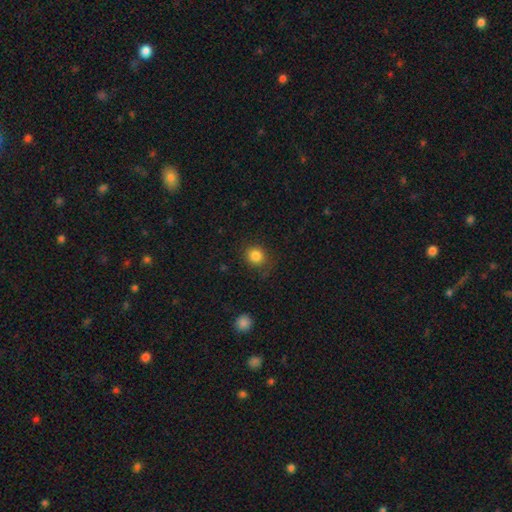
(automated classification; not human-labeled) smooth-or-featured: smooth: 84% | star or artifact: 11% | featured or disk: 5%
  how-rounded: round: 83% | in between: 16% | cigar-shaped: 1%
  merging: none: 81% | minor disturbance: 12% | major disturbance: 5% | merger: 1%